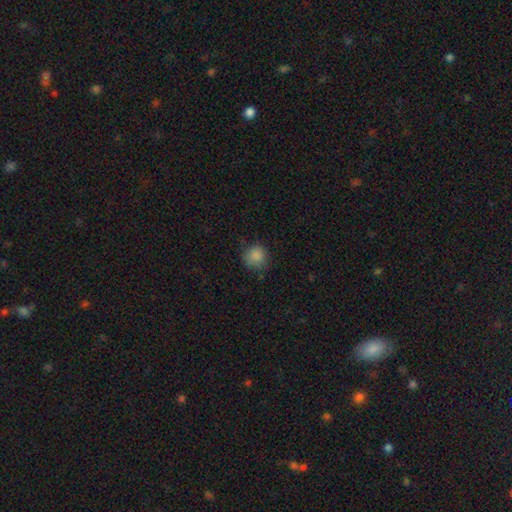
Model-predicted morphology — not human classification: Smooth or featured?
  - smooth: 85% *
  - star or artifact: 10%
  - featured or disk: 4%
How rounded?
  - round: 89% *
  - in between: 10%
  - cigar-shaped: 1%
Merging?
  - none: 76% *
  - minor disturbance: 18%
  - major disturbance: 5%
  - merger: 1%